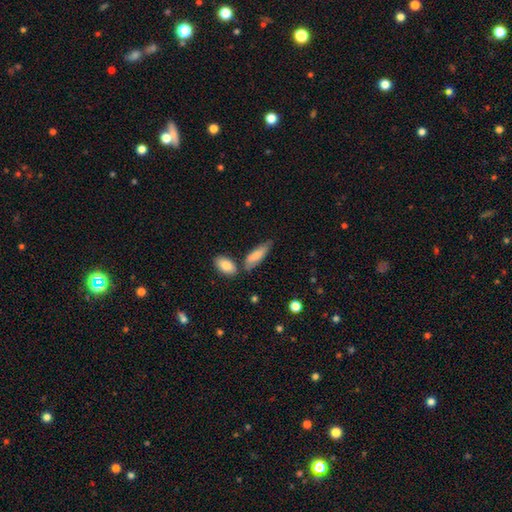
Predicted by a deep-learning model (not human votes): Smooth or featured? smooth (79%)
How rounded? in between (57%)
Merging? none (57%)